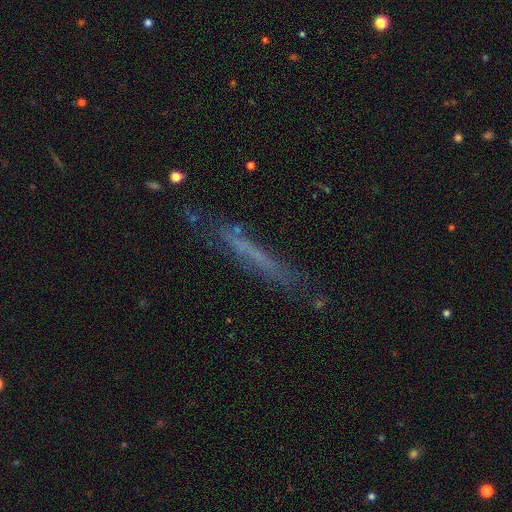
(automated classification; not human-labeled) This appears to be a featured or disk galaxy (48%). Merging: none (72%).